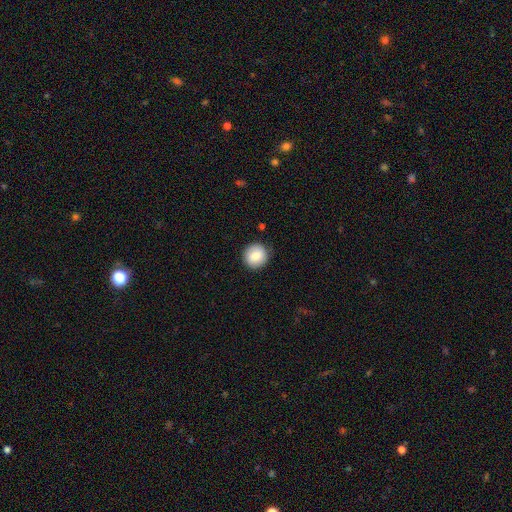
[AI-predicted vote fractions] This is clearly a smooth galaxy (84%). How rounded: clearly round (92%). Merging: clearly none (88%).